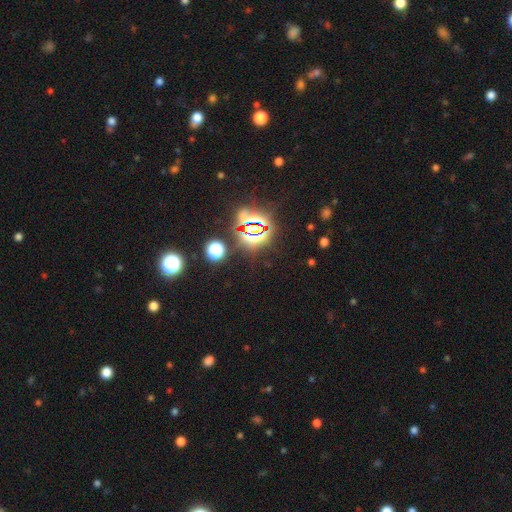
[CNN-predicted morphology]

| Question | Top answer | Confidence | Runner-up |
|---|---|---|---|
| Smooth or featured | star or artifact | 84% | smooth (10%) |